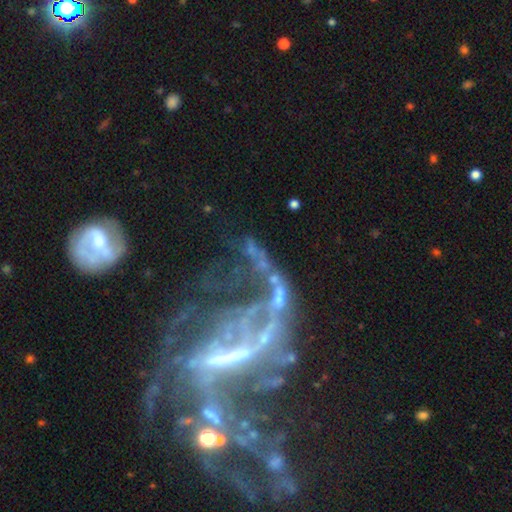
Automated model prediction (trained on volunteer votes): Q: Smooth or featured?
A: featured or disk (75%); runner-up: star or artifact (17%)
Q: Edge-on disk?
A: no (94%); runner-up: yes (6%)
Q: Bar?
A: no (36%); runner-up: strong (34%)
Q: Spiral arms?
A: yes (56%); runner-up: no (44%)
Q: Bulge size?
A: none (43%); runner-up: small (34%)
Q: Merging?
A: major disturbance (44%); runner-up: none (27%)